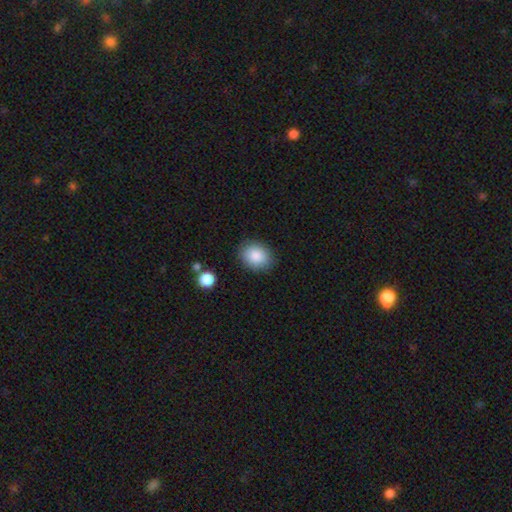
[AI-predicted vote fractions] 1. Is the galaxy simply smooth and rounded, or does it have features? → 86% smooth, 8% star or artifact, 6% featured or disk.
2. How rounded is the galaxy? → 52% in between, 48% round, 1% cigar-shaped.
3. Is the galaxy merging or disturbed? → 85% none, 10% minor disturbance, 3% major disturbance, 2% merger.